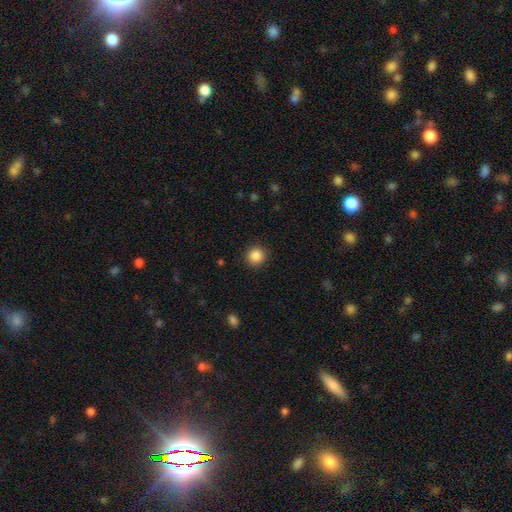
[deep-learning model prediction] Smooth or featured? Predicted: smooth (p=0.86). How rounded? Predicted: round (p=0.93). Merging? Predicted: none (p=0.91).